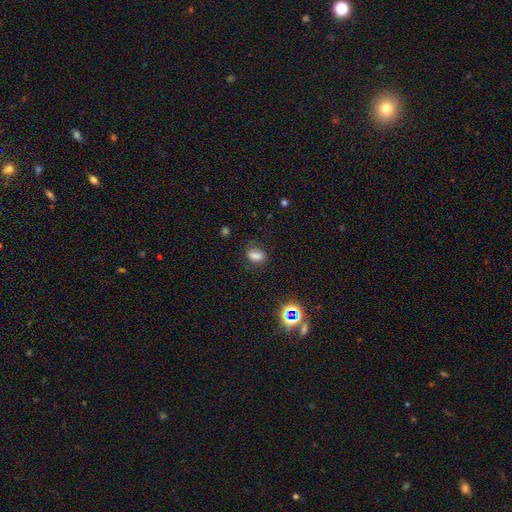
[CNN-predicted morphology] Smooth or featured? smooth (72%)
How rounded? in between (74%)
Merging? none (67%)